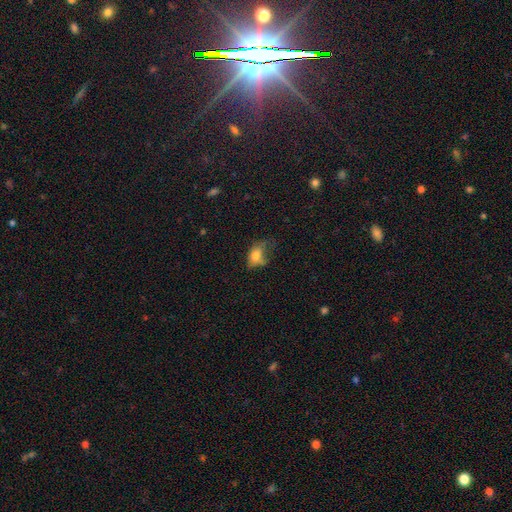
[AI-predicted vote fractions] smooth-or-featured: smooth: 72% | featured or disk: 18% | star or artifact: 10%
  how-rounded: in between: 82% | round: 16% | cigar-shaped: 3%
  merging: major disturbance: 36% | minor disturbance: 31% | none: 28% | merger: 5%